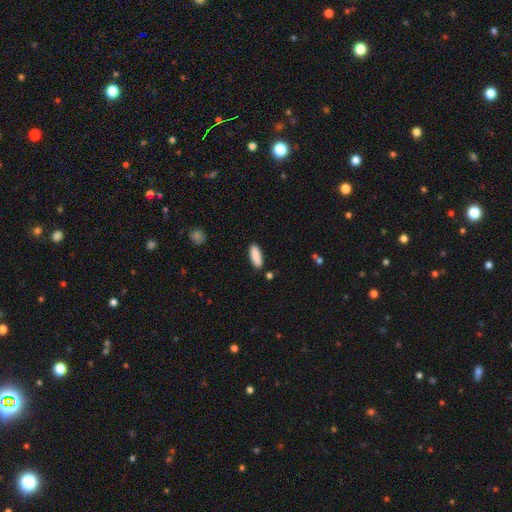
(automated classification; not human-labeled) Q: Smooth or featured?
A: smooth (89%); runner-up: star or artifact (6%)
Q: How rounded?
A: in between (68%); runner-up: cigar-shaped (30%)
Q: Merging?
A: none (87%); runner-up: minor disturbance (9%)